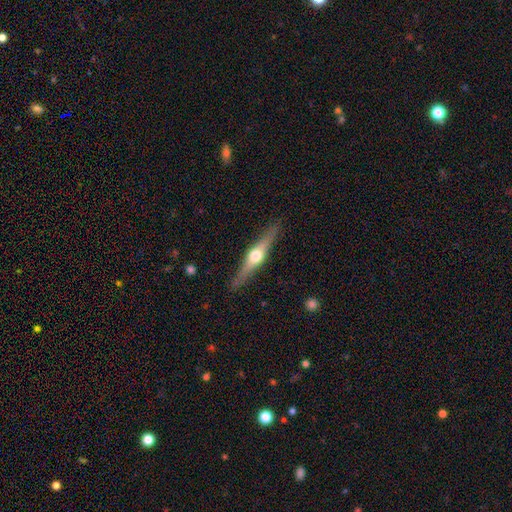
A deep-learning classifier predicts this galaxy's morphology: Smooth or featured?
  - featured or disk: 76% *
  - smooth: 19%
  - star or artifact: 5%
Edge-on disk?
  - yes: 97% *
  - no: 3%
Edge-on bulge?
  - rounded: 95% *
  - boxy: 3%
  - none: 2%
Merging?
  - none: 89% *
  - minor disturbance: 8%
  - major disturbance: 2%
  - merger: 1%